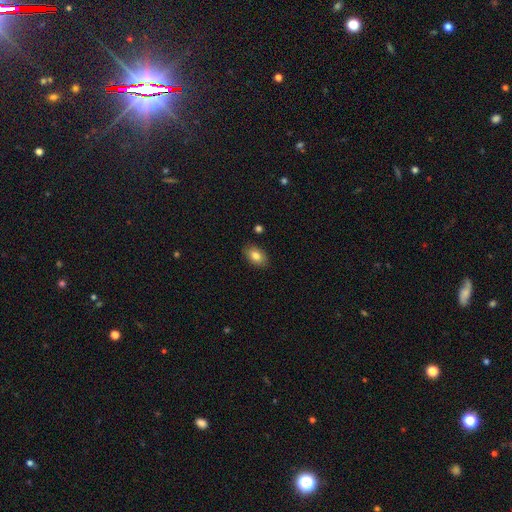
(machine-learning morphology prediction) Smooth or featured?
  - smooth: 82% *
  - featured or disk: 10%
  - star or artifact: 8%
How rounded?
  - in between: 88% *
  - round: 11%
  - cigar-shaped: 1%
Merging?
  - none: 87% *
  - minor disturbance: 9%
  - major disturbance: 2%
  - merger: 2%